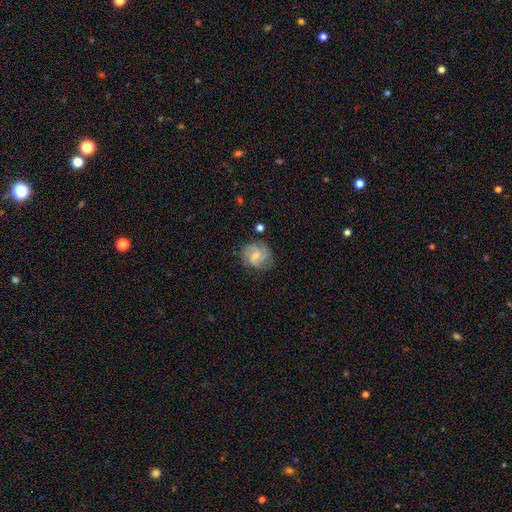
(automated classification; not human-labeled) A featured or disk galaxy (53%) with a weak bar (56%), spiral arms (82%) and a small central bulge (46%).

Vote fractions:
- Smooth or featured? featured or disk: 53% / smooth: 39% / star or artifact: 8%
- Edge-on disk? no: 98% / yes: 2%
- Bar? weak: 56% / no: 28% / strong: 15%
- Spiral arms? yes: 82% / no: 18%
- Bulge size? small: 46% / moderate: 31% / none: 19% / large: 3% / dominant: 1%
- Merging? none: 65% / minor disturbance: 22% / major disturbance: 10% / merger: 3%